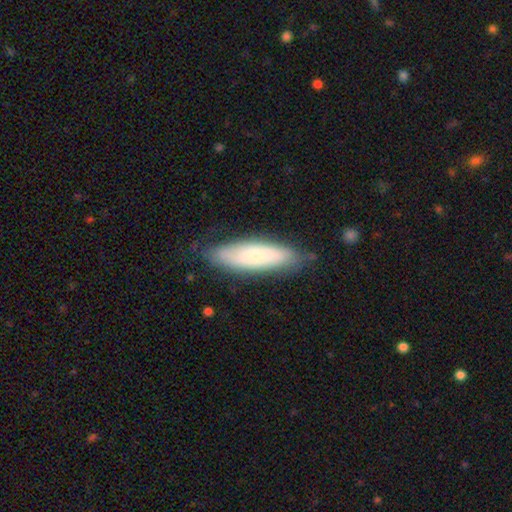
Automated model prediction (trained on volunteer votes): Overall: smooth (64%; featured or disk 30%). How rounded: cigar-shaped (55%; in between 43%). Merging: none (78%).